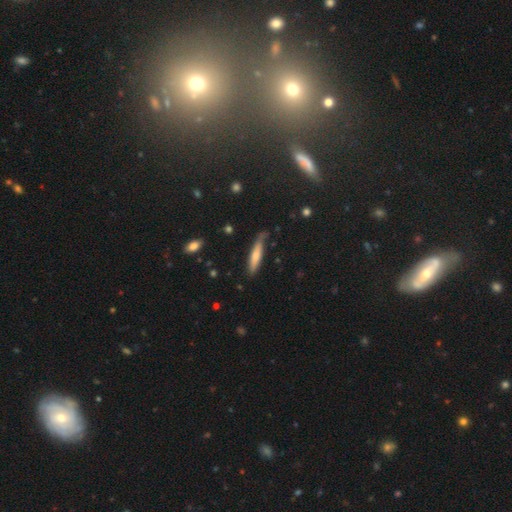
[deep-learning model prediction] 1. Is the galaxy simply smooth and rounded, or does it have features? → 69% smooth, 26% featured or disk, 6% star or artifact.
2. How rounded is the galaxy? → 86% cigar-shaped, 12% in between, 1% round.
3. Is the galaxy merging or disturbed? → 66% none, 26% minor disturbance, 5% major disturbance, 3% merger.